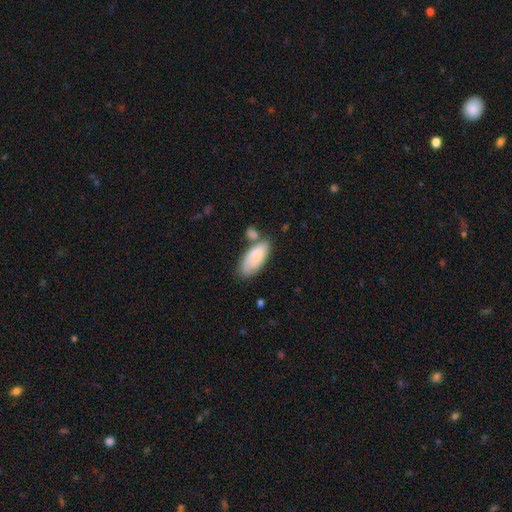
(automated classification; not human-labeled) This appears to be a smooth galaxy with no disk features (76%) that is in between round and cigar-shaped (88%). Merging: none (51%).